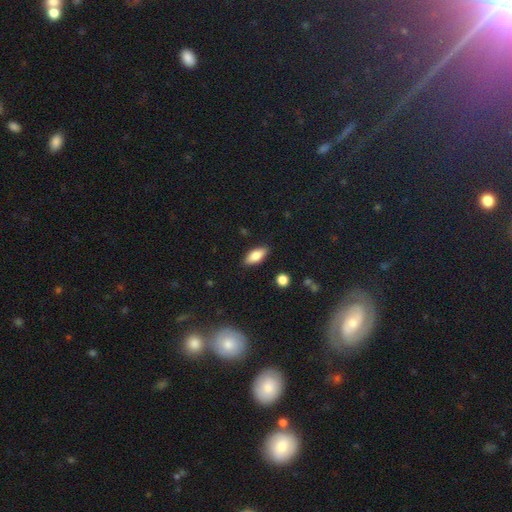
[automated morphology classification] This appears to be a smooth galaxy with no disk features (79%) that is in between round and cigar-shaped (82%). Merging: none (87%).